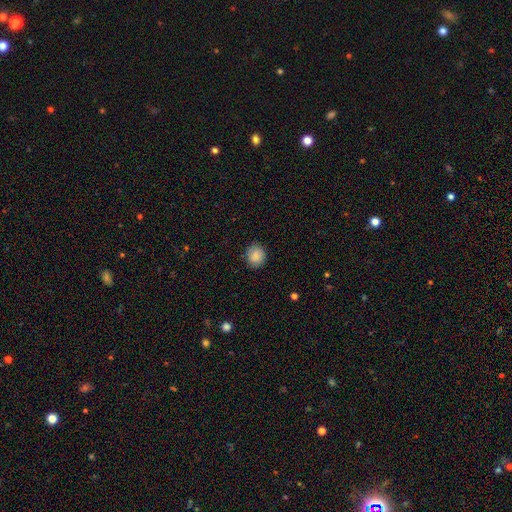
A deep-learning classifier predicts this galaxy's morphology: A smooth galaxy with no disk features (87%) that is round (80%). Merging: none (87%).